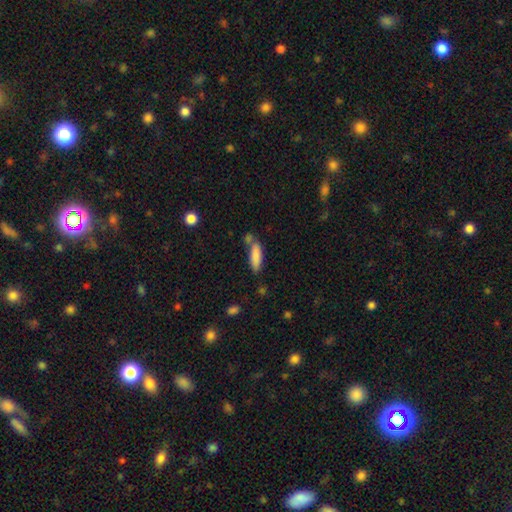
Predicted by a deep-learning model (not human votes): smooth-or-featured: smooth: 85% | featured or disk: 8% | star or artifact: 7%
  how-rounded: in between: 50% | cigar-shaped: 48% | round: 2%
  merging: none: 59% | minor disturbance: 18% | merger: 18% | major disturbance: 5%